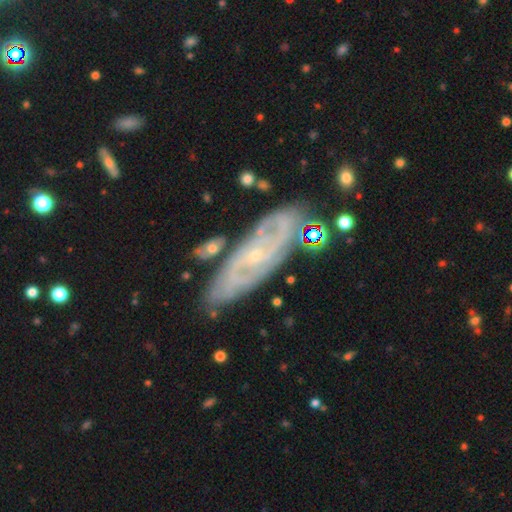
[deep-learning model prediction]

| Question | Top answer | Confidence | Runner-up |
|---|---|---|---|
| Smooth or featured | featured or disk | 85% | smooth (9%) |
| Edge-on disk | no | 86% | yes (14%) |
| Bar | no | 68% | weak (25%) |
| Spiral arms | yes | 95% | no (5%) |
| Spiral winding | tight | 64% | medium (29%) |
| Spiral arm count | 2 | 36% | can't tell (32%) |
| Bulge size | small | 82% | moderate (14%) |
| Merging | none | 77% | minor disturbance (15%) |